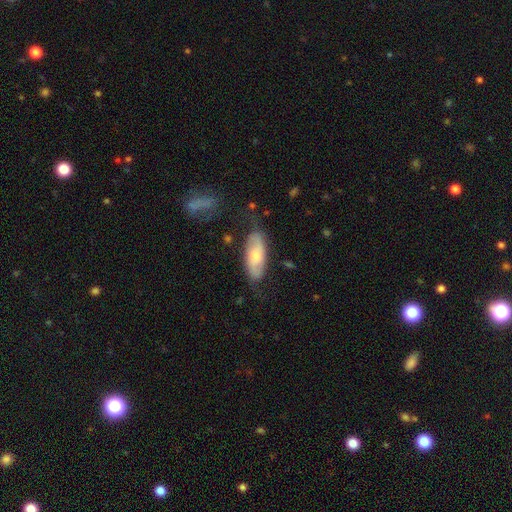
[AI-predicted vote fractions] This is possibly a smooth galaxy (52%). How rounded: likely in between (79%). Merging: likely none (72%).